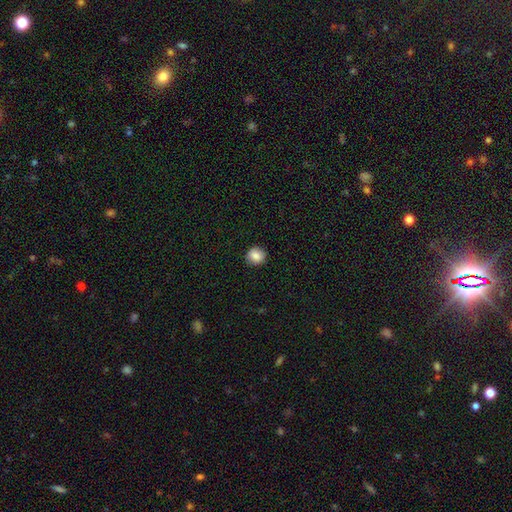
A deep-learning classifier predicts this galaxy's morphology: This appears to be a smooth galaxy with no disk features (84%) that is round (83%). Merging: none (89%).